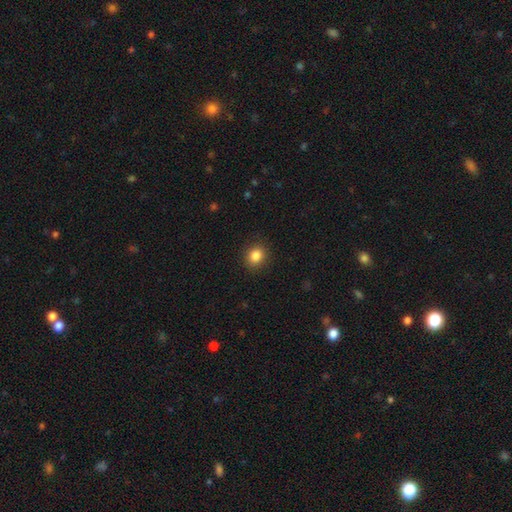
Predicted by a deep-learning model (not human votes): smooth-or-featured: smooth: 85% | star or artifact: 11% | featured or disk: 5%
  how-rounded: round: 72% | in between: 27% | cigar-shaped: 1%
  merging: none: 89% | minor disturbance: 7% | major disturbance: 2% | merger: 1%